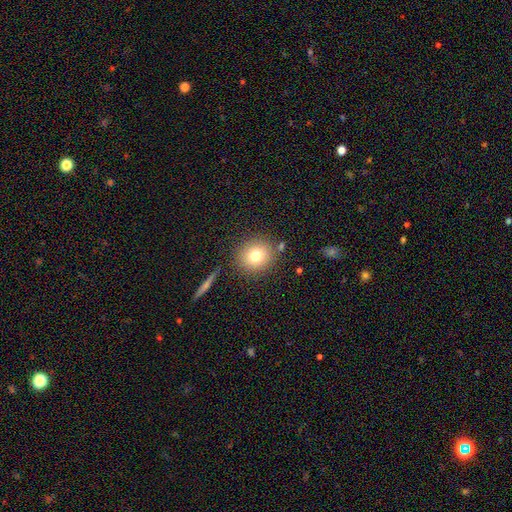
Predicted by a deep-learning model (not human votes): Morphology: type=smooth (77%); roundness=round (86%); merging=none (84%).